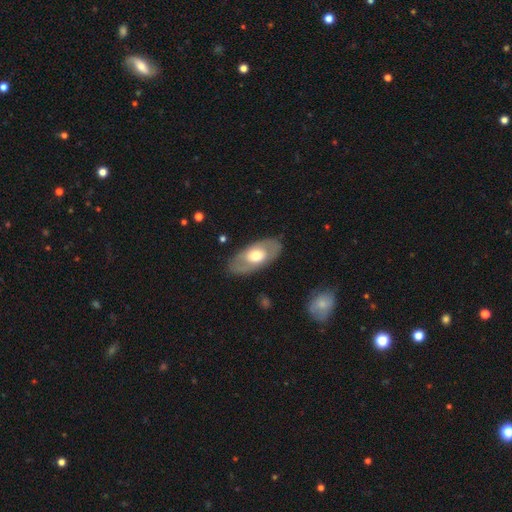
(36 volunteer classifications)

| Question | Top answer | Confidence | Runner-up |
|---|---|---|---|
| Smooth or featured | featured or disk | 53% | smooth (47%) |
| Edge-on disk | no | 89% | yes (11%) |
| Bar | no | 88% | weak (12%) |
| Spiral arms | no | 100% | — |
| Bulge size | moderate | 76% | large (24%) |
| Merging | none | 72% | minor disturbance (22%) |